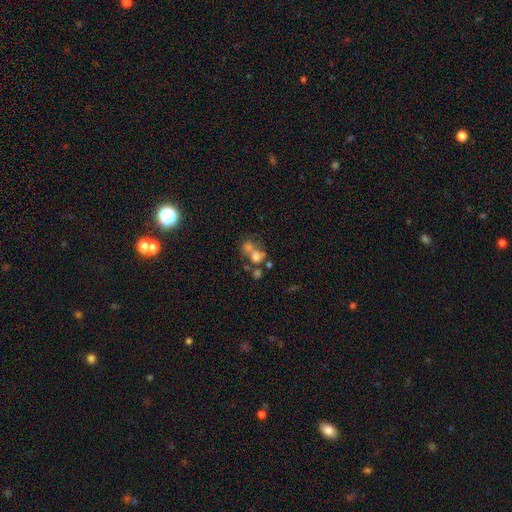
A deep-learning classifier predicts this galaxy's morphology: This is possibly a smooth galaxy (59%). How rounded: possibly round (54%). Merging: possibly merger (58%).